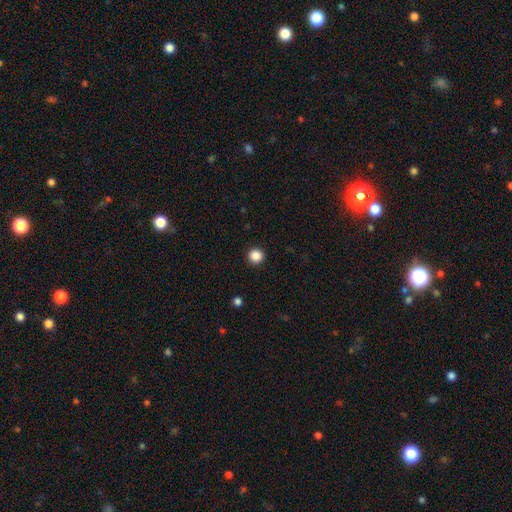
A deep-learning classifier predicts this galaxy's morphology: Smooth or featured? Predicted: smooth (p=0.87). How rounded? Predicted: round (p=0.95). Merging? Predicted: none (p=0.93).